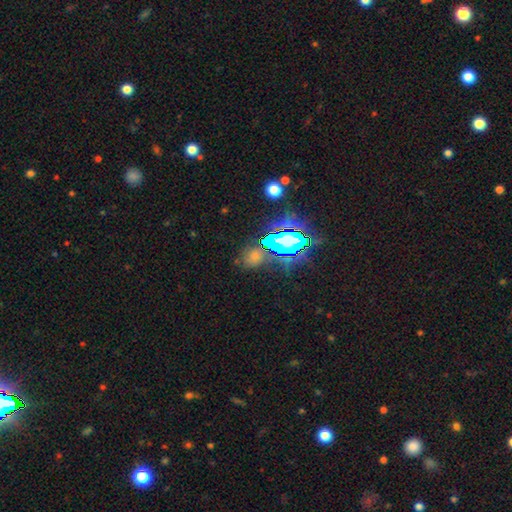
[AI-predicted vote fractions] Smooth or featured? Predicted: star or artifact (p=0.61).